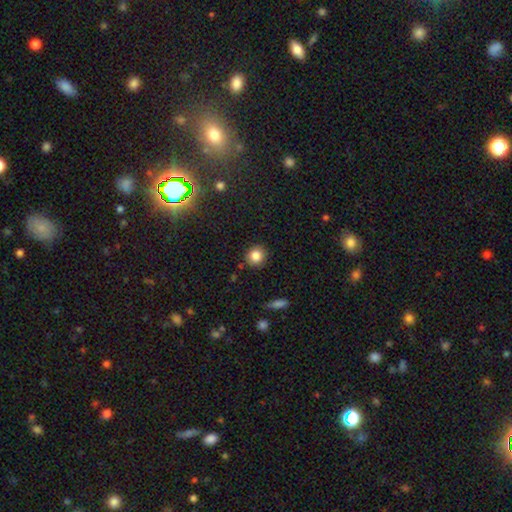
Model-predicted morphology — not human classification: This appears to be a smooth galaxy with no disk features (83%) that is round (89%). Merging: none (89%).